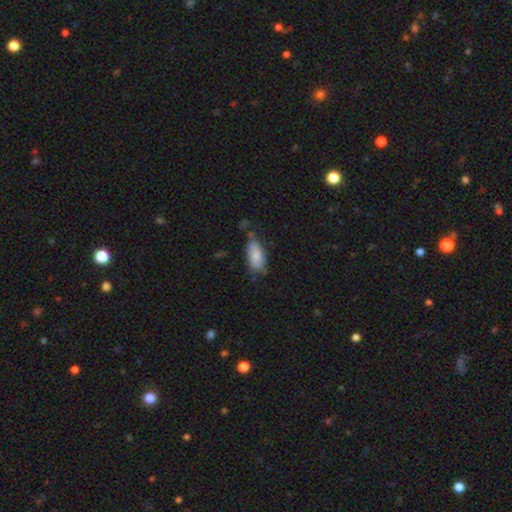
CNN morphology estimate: Smooth or featured?
  - smooth: 74% *
  - featured or disk: 19%
  - star or artifact: 7%
How rounded?
  - in between: 87% *
  - cigar-shaped: 10%
  - round: 2%
Merging?
  - none: 59% *
  - minor disturbance: 29%
  - major disturbance: 7%
  - merger: 5%